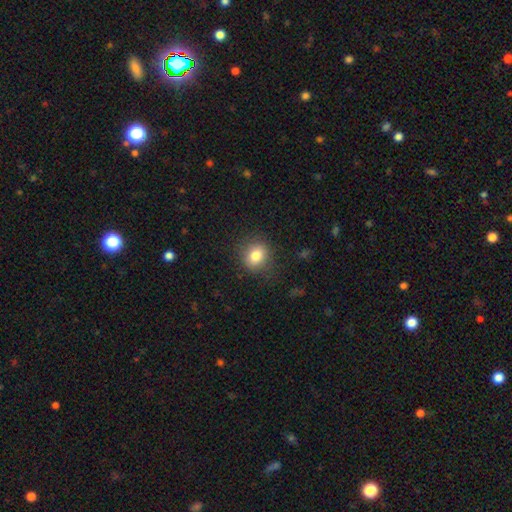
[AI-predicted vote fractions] Morphology: type=smooth (81%); roundness=round (71%); merging=none (84%).